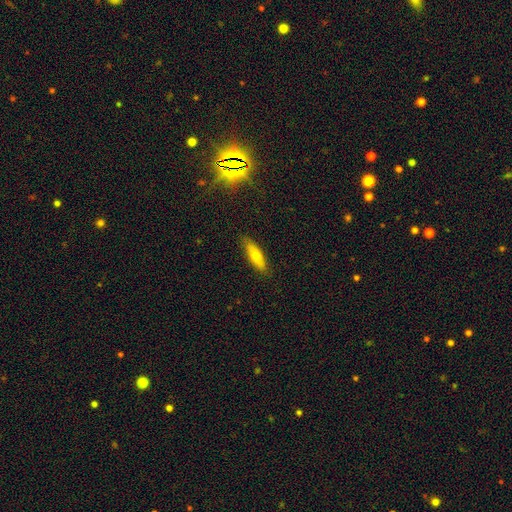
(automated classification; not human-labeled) Smooth or featured? Predicted: smooth (p=0.69). How rounded? Predicted: cigar-shaped (p=0.52). Merging? Predicted: none (p=0.85).